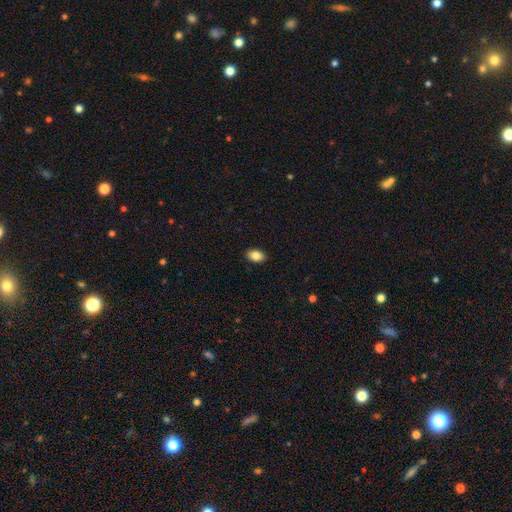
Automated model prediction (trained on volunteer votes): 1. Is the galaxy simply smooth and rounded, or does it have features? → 85% smooth, 8% star or artifact, 7% featured or disk.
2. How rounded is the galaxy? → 87% in between, 11% round, 1% cigar-shaped.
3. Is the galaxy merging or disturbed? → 89% none, 8% minor disturbance, 2% major disturbance, 1% merger.